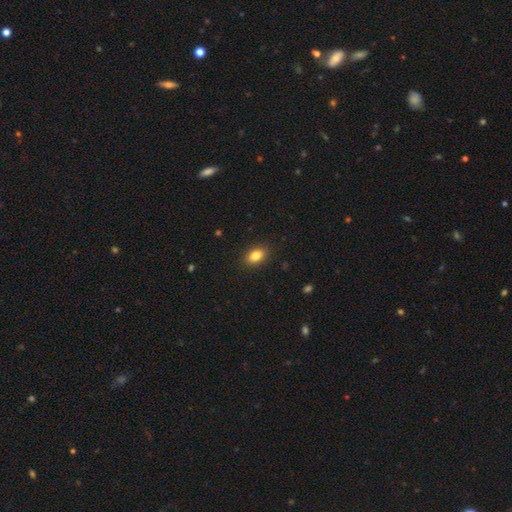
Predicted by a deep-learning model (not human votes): smooth_or_featured: smooth (p=0.85) [alt: star or artifact p=0.08]
how_rounded: in between (p=0.87) [alt: round p=0.11]
merging: none (p=0.88) [alt: minor disturbance p=0.08]